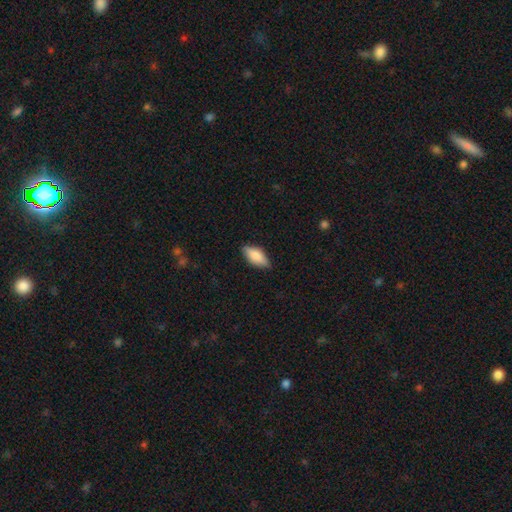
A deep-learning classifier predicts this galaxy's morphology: Overall: smooth (78%). How rounded: in between (83%). Merging: none (82%).